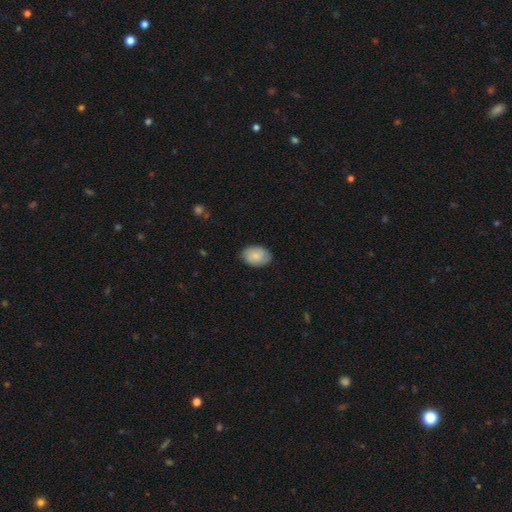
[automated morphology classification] Overall: smooth (81%). How rounded: in between (85%). Merging: none (83%).